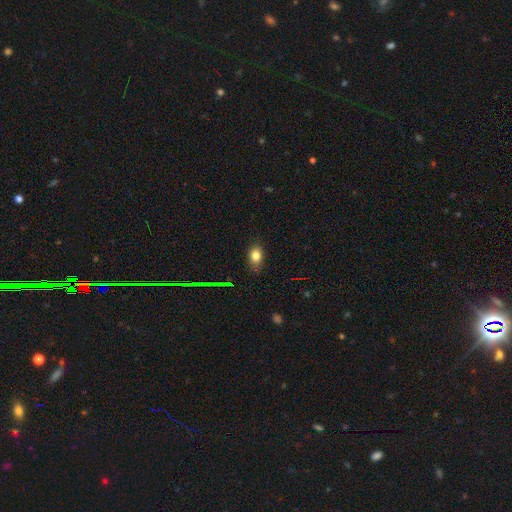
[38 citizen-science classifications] This is clearly a smooth galaxy (84%). How rounded: possibly in between (56%). Merging: likely none (78%).